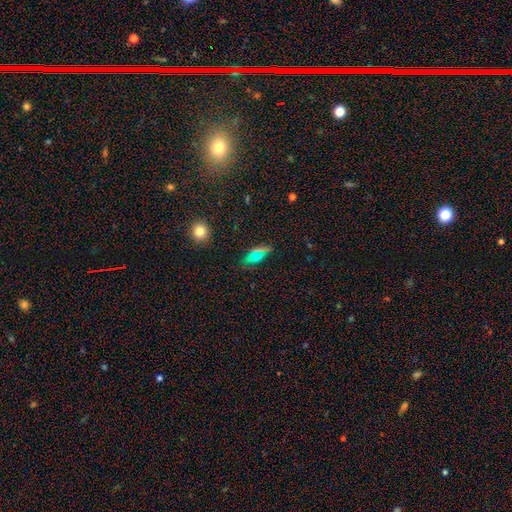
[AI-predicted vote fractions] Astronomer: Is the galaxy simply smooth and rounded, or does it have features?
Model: smooth — 60%.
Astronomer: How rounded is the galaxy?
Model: in between — 72%.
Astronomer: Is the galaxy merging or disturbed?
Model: none — 78%.